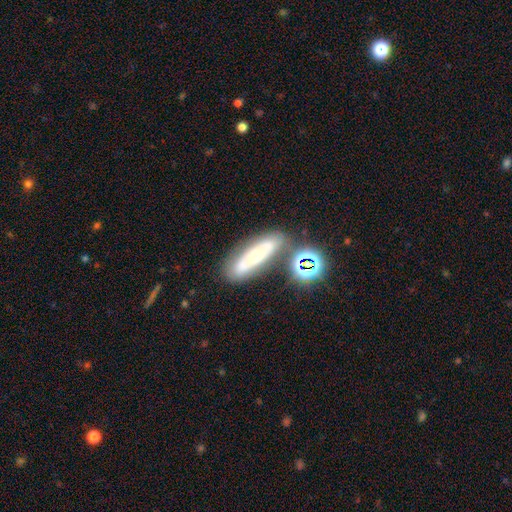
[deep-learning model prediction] A featured or disk galaxy (54%).

Vote fractions:
- Smooth or featured? featured or disk: 54% / smooth: 33% / star or artifact: 13%
- Edge-on disk? no: 71% / yes: 29%
- Merging? none: 62% / merger: 16% / minor disturbance: 15% / major disturbance: 6%